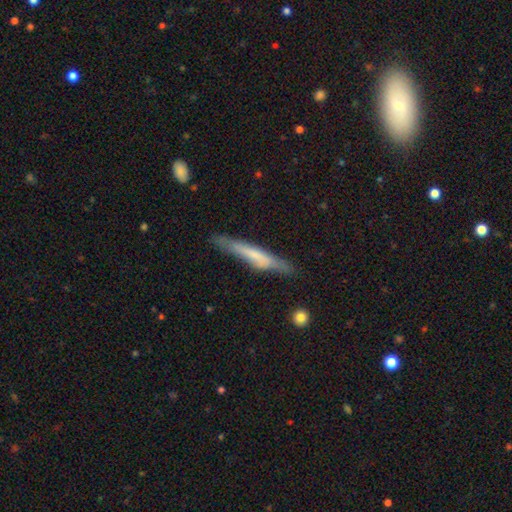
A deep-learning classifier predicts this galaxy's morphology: Q: Smooth or featured?
A: smooth (48%); runner-up: featured or disk (45%)
Q: Merging?
A: none (79%); runner-up: minor disturbance (16%)